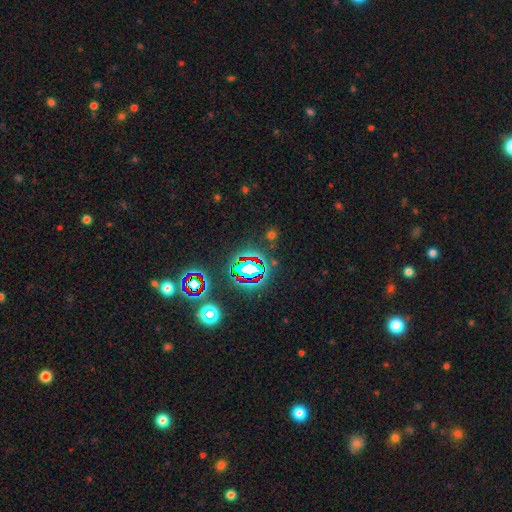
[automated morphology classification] This is likely a star or artifact rather than a galaxy (77%).